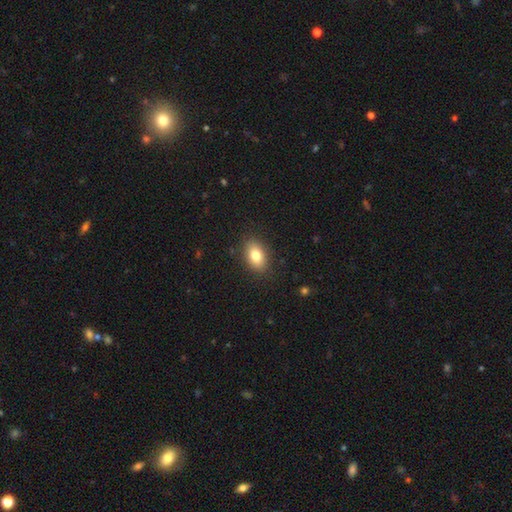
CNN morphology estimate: A smooth galaxy with no disk features (80%) that is in between round and cigar-shaped (87%).

Vote fractions:
- Smooth or featured? smooth: 80% / featured or disk: 11% / star or artifact: 9%
- How rounded? in between: 87% / round: 12% / cigar-shaped: 2%
- Merging? none: 87% / minor disturbance: 9% / major disturbance: 3% / merger: 1%